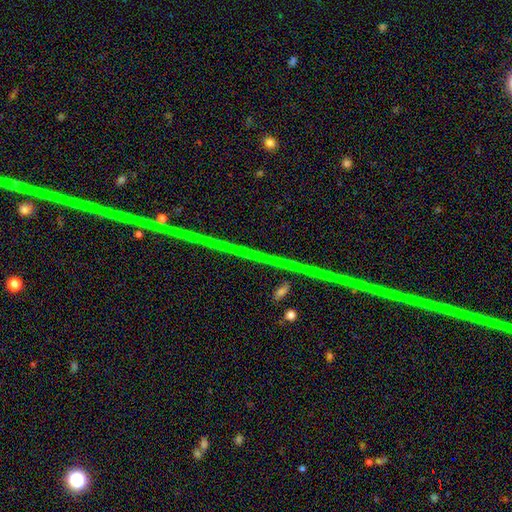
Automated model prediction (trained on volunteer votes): smooth-or-featured: star or artifact: 75% | featured or disk: 16% | smooth: 10%